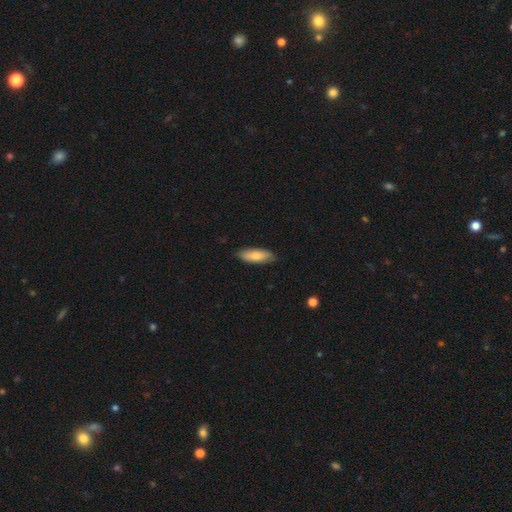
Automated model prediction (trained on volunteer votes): This is likely a smooth galaxy (78%). How rounded: likely in between (71%). Merging: clearly none (84%).